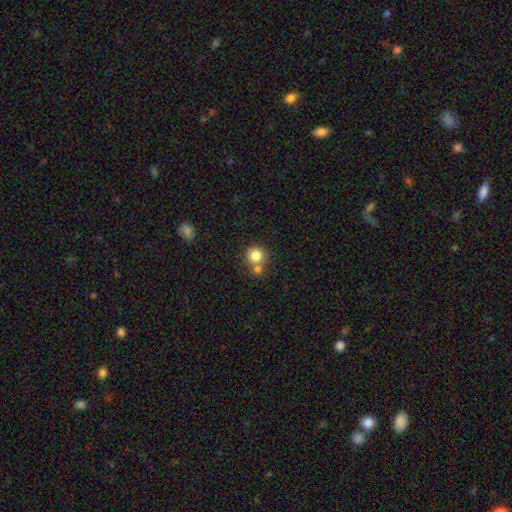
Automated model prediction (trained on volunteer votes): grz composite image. It shows a smooth galaxy with no disk features (82%) that is round (89%). Merging: none (54%).